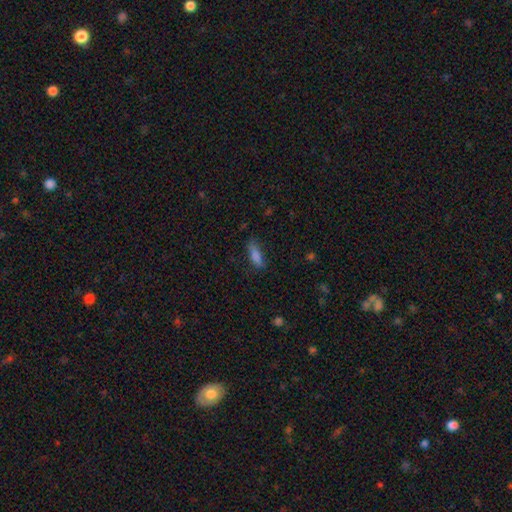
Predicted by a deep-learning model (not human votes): Overall: smooth (80%). How rounded: in between (53%; cigar-shaped 45%). Merging: none (68%).